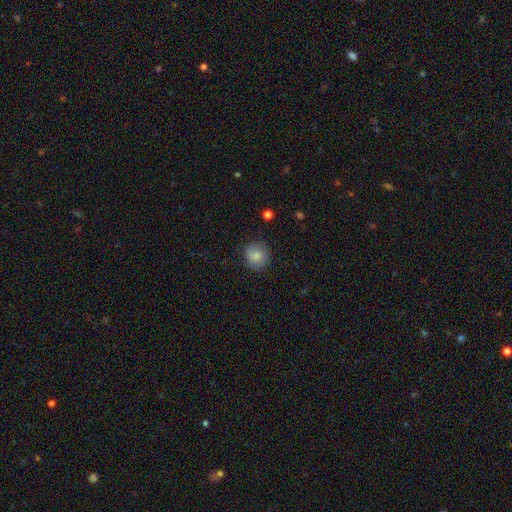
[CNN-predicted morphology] Overall: smooth (83%). How rounded: round (88%). Merging: none (84%).